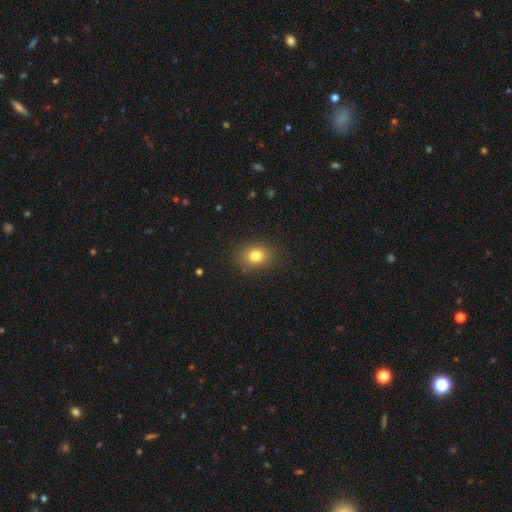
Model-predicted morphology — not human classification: smooth-or-featured: smooth: 80% | star or artifact: 12% | featured or disk: 8%
  how-rounded: in between: 53% | round: 46% | cigar-shaped: 1%
  merging: none: 87% | minor disturbance: 9% | major disturbance: 3% | merger: 1%